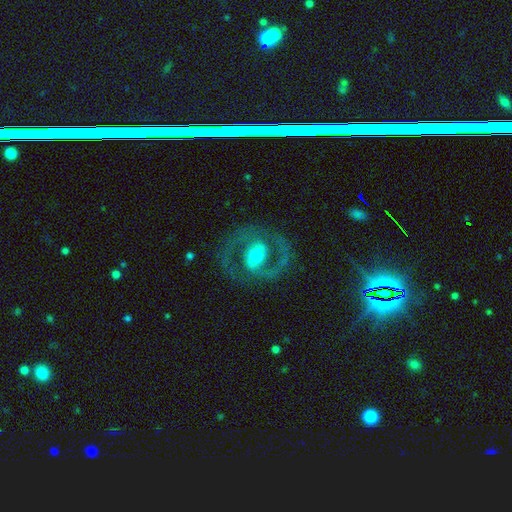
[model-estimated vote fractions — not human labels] Smooth or featured? Predicted: featured or disk (p=0.55). Edge-on disk? Predicted: no (p=0.86). Merging? Predicted: none (p=0.79).